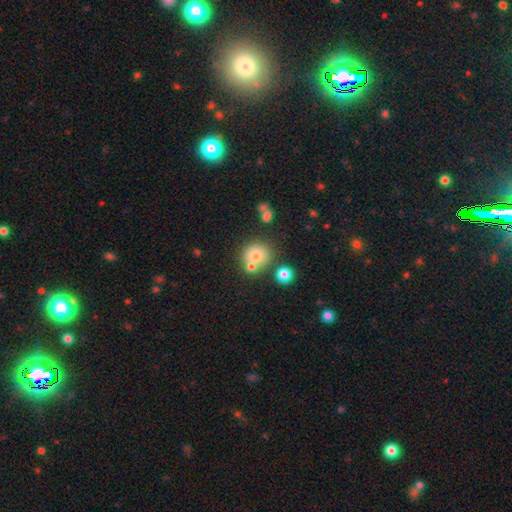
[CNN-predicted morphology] A smooth galaxy with no disk features (73%) that is round (88%).

Vote fractions:
- Smooth or featured? smooth: 73% / featured or disk: 14% / star or artifact: 13%
- How rounded? round: 88% / in between: 11% / cigar-shaped: 1%
- Merging? none: 60% / merger: 25% / minor disturbance: 11% / major disturbance: 4%